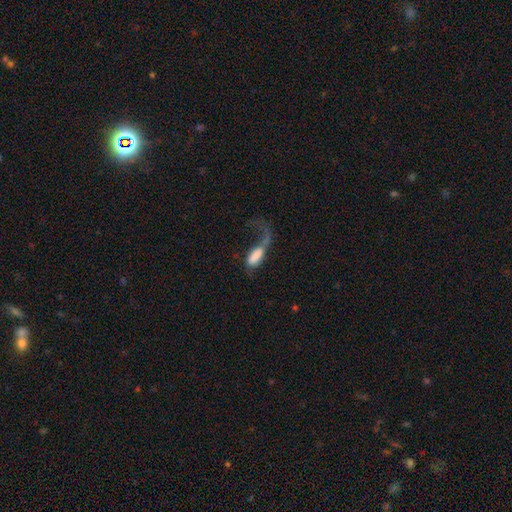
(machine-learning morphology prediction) Q: Smooth or featured?
A: smooth (68%); runner-up: featured or disk (24%)
Q: How rounded?
A: in between (77%); runner-up: cigar-shaped (19%)
Q: Merging?
A: major disturbance (61%); runner-up: none (18%)